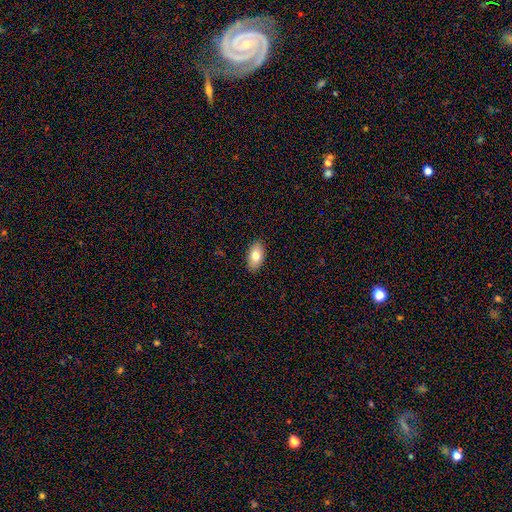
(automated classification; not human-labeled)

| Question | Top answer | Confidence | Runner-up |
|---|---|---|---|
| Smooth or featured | smooth | 78% | featured or disk (15%) |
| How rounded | in between | 93% | round (5%) |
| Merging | none | 89% | minor disturbance (8%) |